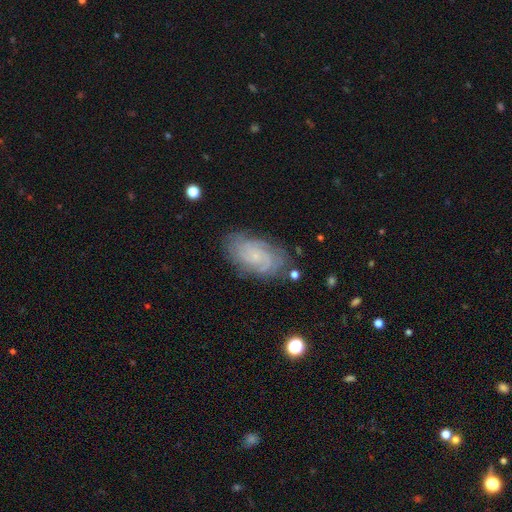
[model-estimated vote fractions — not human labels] This appears to be a featured or disk galaxy (74%) with no bar (71%), tight (62%) spiral arms (94%) and a small central bulge (75%). Merging: none (76%).